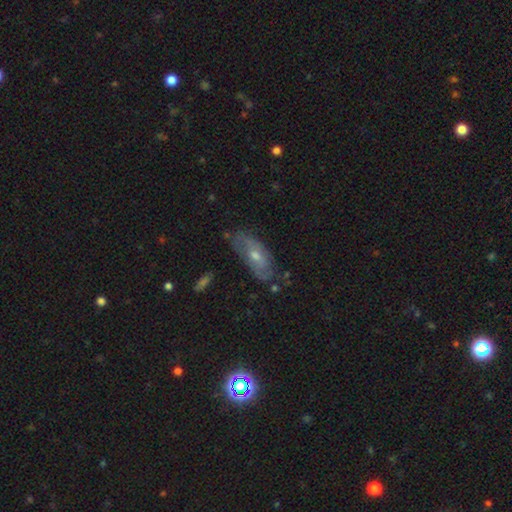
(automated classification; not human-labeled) Q: Smooth or featured?
A: featured or disk (57%); runner-up: smooth (33%)
Q: Edge-on disk?
A: no (81%); runner-up: yes (19%)
Q: Merging?
A: none (67%); runner-up: minor disturbance (23%)